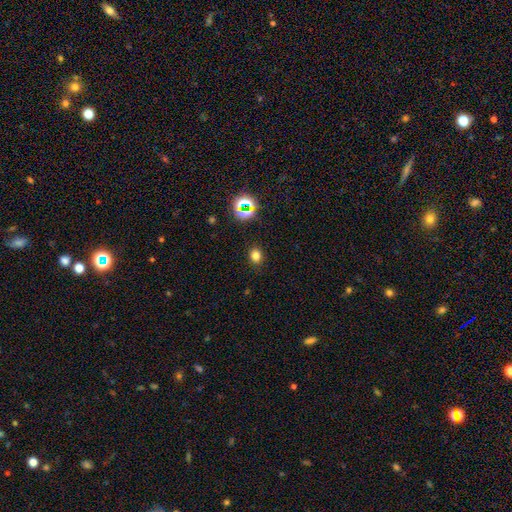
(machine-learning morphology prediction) Smooth or featured? Predicted: smooth (p=0.75). How rounded? Predicted: round (p=0.55). Merging? Predicted: none (p=0.88).